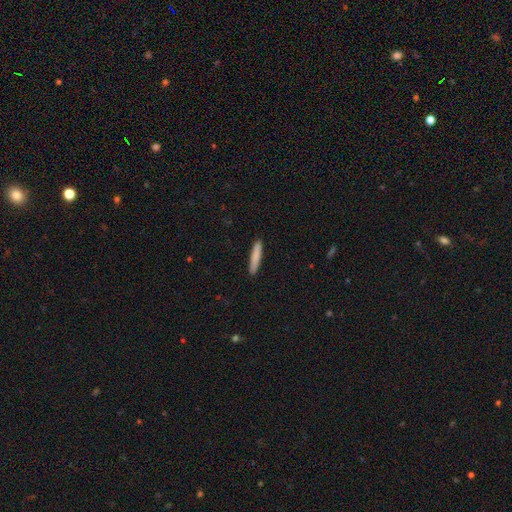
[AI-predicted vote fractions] smooth-or-featured: smooth: 83% | featured or disk: 11% | star or artifact: 6%
  how-rounded: cigar-shaped: 92% | in between: 7% | round: 1%
  merging: none: 91% | minor disturbance: 7% | major disturbance: 1% | merger: 1%